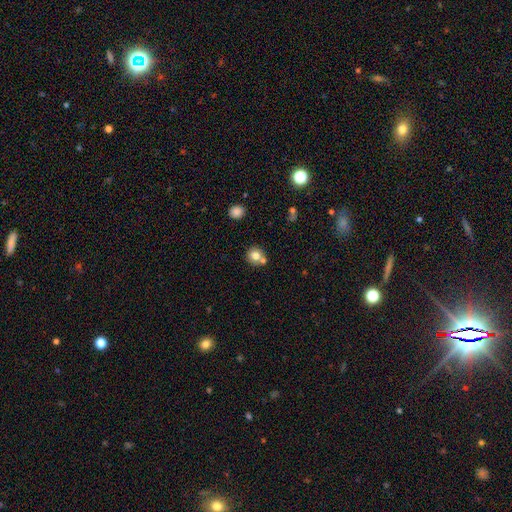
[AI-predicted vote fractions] A smooth galaxy with no disk features (77%) that is round (88%). Merging: none (60%).